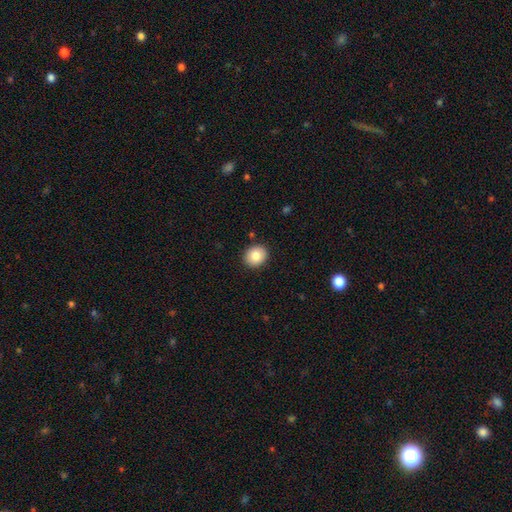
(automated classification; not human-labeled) Q: Smooth or featured?
A: smooth (84%); runner-up: star or artifact (8%)
Q: How rounded?
A: round (69%); runner-up: in between (30%)
Q: Merging?
A: none (90%); runner-up: minor disturbance (7%)